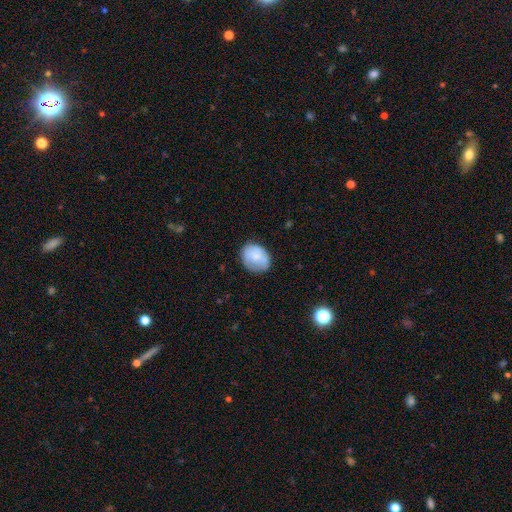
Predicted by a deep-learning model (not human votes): This is likely a smooth galaxy (74%). How rounded: possibly in between (52%). Merging: likely none (68%).